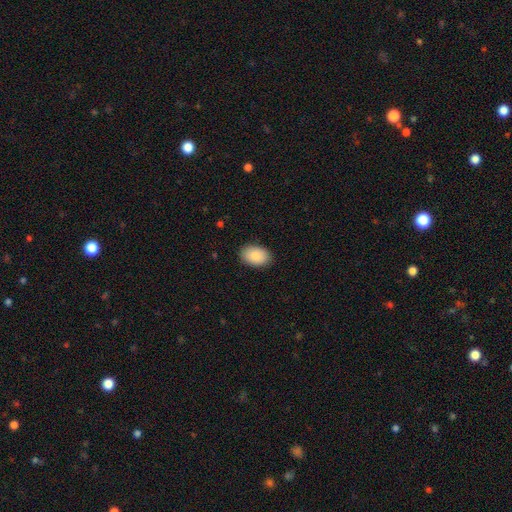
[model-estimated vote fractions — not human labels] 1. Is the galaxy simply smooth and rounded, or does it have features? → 88% smooth, 6% star or artifact, 6% featured or disk.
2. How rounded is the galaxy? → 89% in between, 10% round, 1% cigar-shaped.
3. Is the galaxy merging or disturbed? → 88% none, 9% minor disturbance, 2% major disturbance, 1% merger.